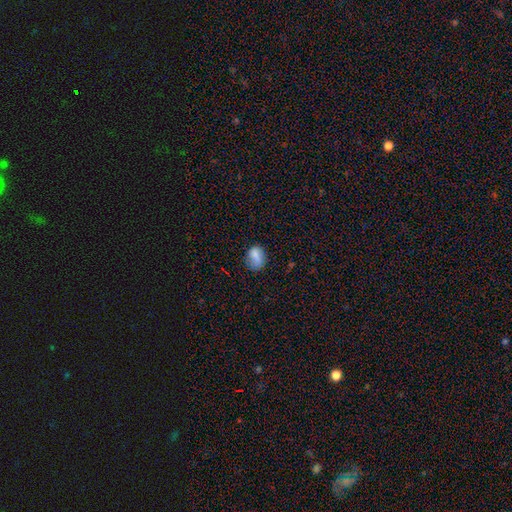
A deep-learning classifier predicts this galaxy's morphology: This appears to be a smooth galaxy with no disk features (81%) that is in between round and cigar-shaped (66%). Merging: none (59%).